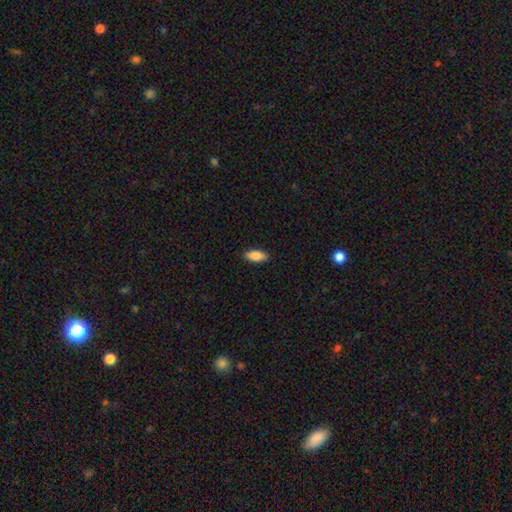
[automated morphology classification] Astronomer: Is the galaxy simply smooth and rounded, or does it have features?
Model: smooth — 84%.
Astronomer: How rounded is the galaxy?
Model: in between — 81%.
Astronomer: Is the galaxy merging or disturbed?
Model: none — 88%.